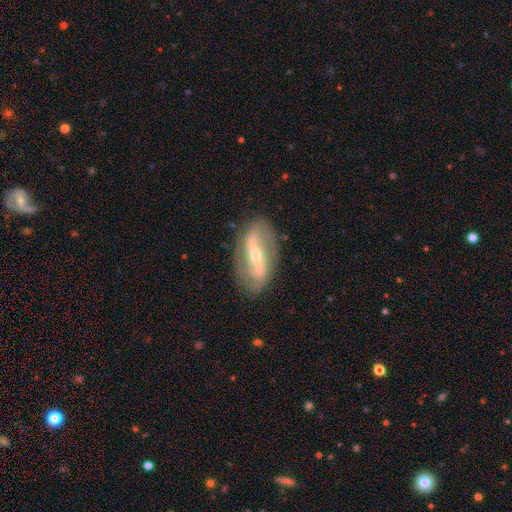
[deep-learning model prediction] Smooth or featured?
  - featured or disk: 82% *
  - smooth: 12%
  - star or artifact: 5%
Edge-on disk?
  - no: 88% *
  - yes: 12%
Bar?
  - strong: 65% *
  - weak: 22%
  - no: 14%
Spiral arms?
  - yes: 77% *
  - no: 23%
Spiral winding?
  - loose: 54% *
  - medium: 29%
  - tight: 17%
Spiral arm count?
  - 2: 88% *
  - can't tell: 7%
  - 1: 2%
  - 3: 1%
  - 4: 1%
  - more than 4: 1%
Bulge size?
  - small: 61% *
  - moderate: 35%
  - large: 1%
  - none: 1%
  - dominant: 1%
Merging?
  - none: 83% *
  - minor disturbance: 12%
  - major disturbance: 4%
  - merger: 1%